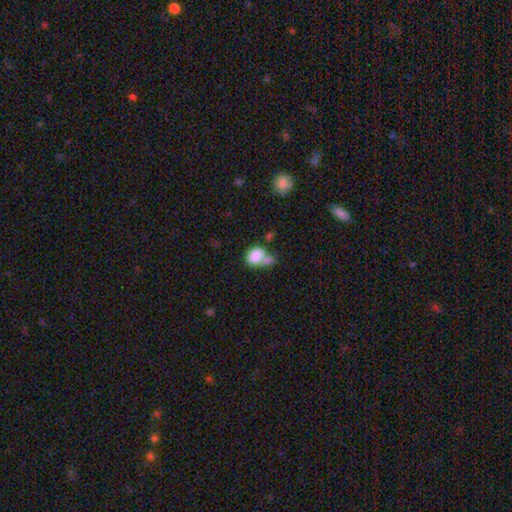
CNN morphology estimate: This appears to be a smooth galaxy with no disk features (82%) that is in between round and cigar-shaped (59%). Merging: merger (48%).